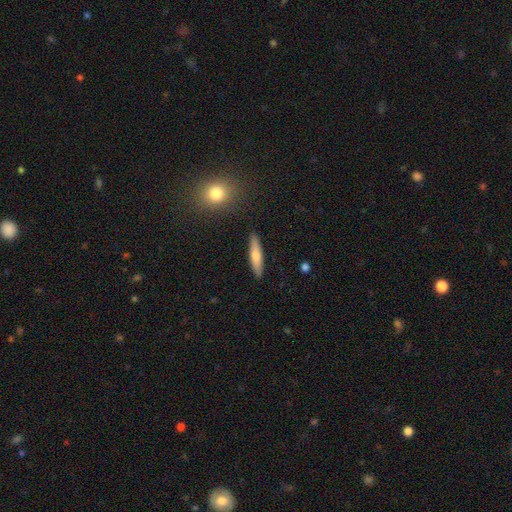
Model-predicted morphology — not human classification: A smooth galaxy with no disk features (61%) that is cigar-shaped (84%).

Vote fractions:
- Smooth or featured? smooth: 61% / featured or disk: 32% / star or artifact: 6%
- How rounded? cigar-shaped: 84% / in between: 14% / round: 2%
- Merging? none: 90% / minor disturbance: 7% / major disturbance: 2% / merger: 1%